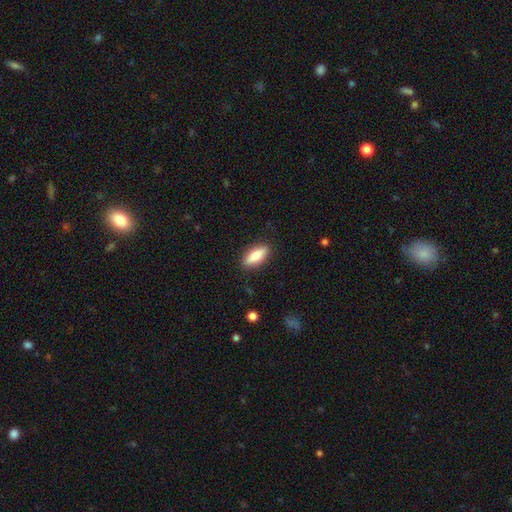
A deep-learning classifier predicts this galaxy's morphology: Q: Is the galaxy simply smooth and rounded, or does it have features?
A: smooth — 78%.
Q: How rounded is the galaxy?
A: in between — 65%.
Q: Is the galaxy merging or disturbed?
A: none — 87%.